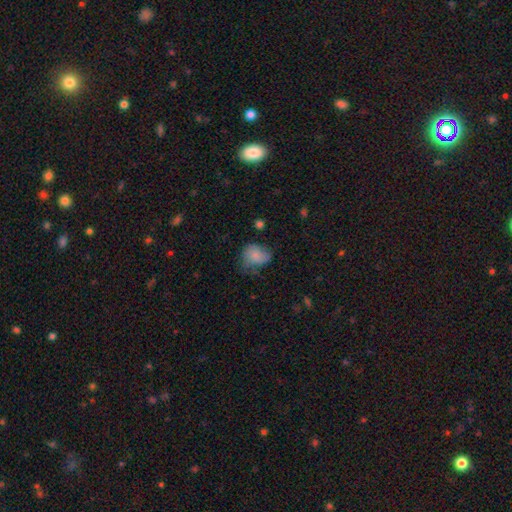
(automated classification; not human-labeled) This appears to be a smooth galaxy with no disk features (77%) that is in between round and cigar-shaped (53%). Merging: none (43%).